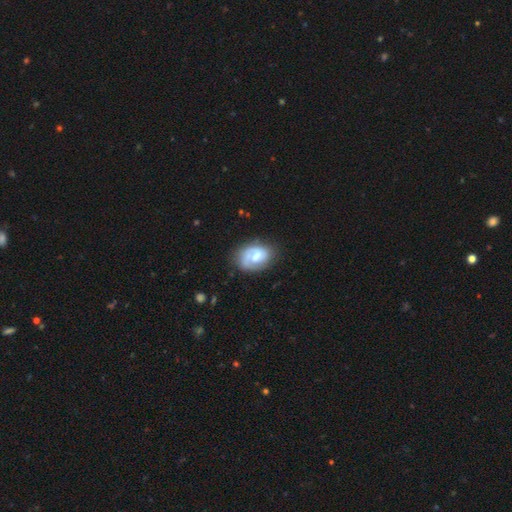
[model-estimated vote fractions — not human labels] featured or disk 53%, smooth 40%, star or artifact 7%. Down the decision tree: edge-on disk — no (97%); bar — no (58%); spiral arms — yes (73%); bulge size — moderate (45%); merging — none (60%).